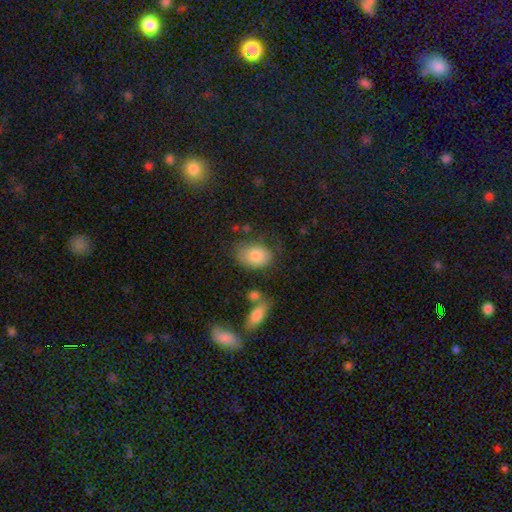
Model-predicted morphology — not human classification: smooth-or-featured: smooth: 82% | featured or disk: 11% | star or artifact: 7%
  how-rounded: in between: 79% | round: 19% | cigar-shaped: 1%
  merging: none: 59% | minor disturbance: 25% | major disturbance: 10% | merger: 6%